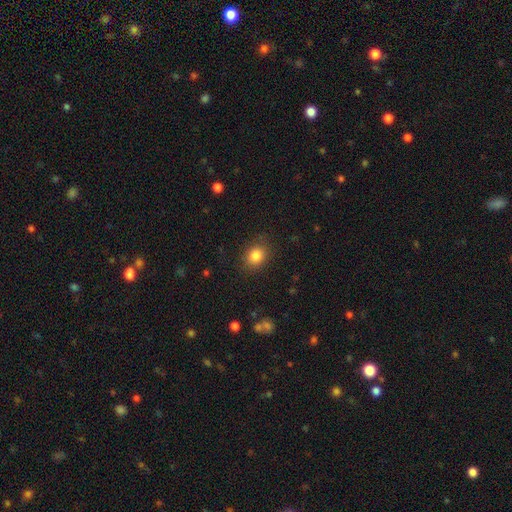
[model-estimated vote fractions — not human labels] smooth-or-featured: smooth: 83% | star or artifact: 11% | featured or disk: 6%
  how-rounded: round: 57% | in between: 42% | cigar-shaped: 1%
  merging: none: 86% | minor disturbance: 10% | major disturbance: 3% | merger: 1%